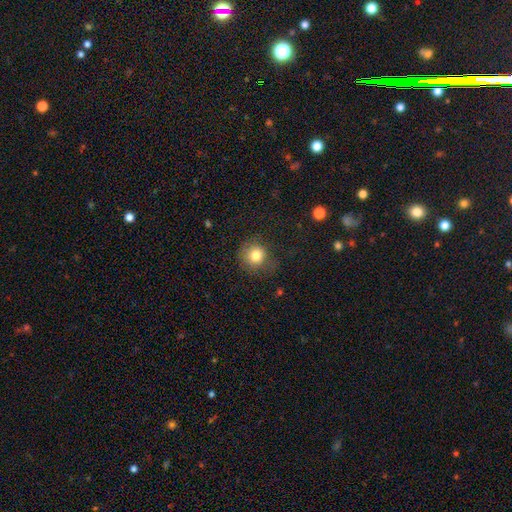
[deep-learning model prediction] A smooth galaxy with no disk features (80%) that is round (89%). Merging: none (72%).